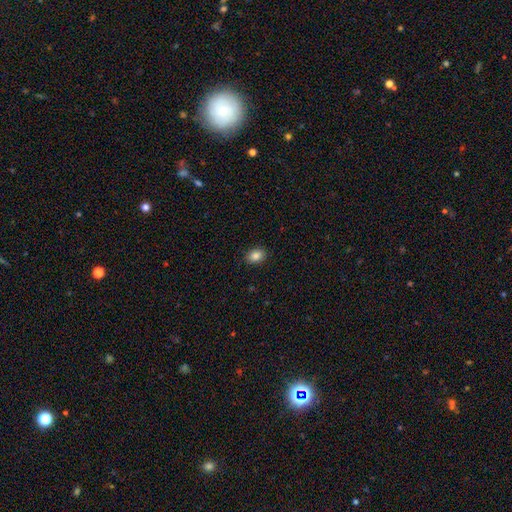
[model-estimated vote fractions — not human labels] This appears to be a smooth galaxy with no disk features (86%) that is in between round and cigar-shaped (69%). Merging: none (89%).